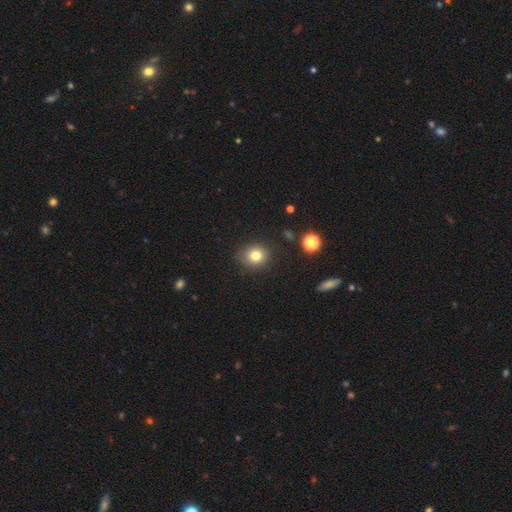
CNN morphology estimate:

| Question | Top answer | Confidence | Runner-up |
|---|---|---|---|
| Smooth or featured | smooth | 79% | star or artifact (13%) |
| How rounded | round | 79% | in between (20%) |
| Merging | none | 87% | minor disturbance (9%) |